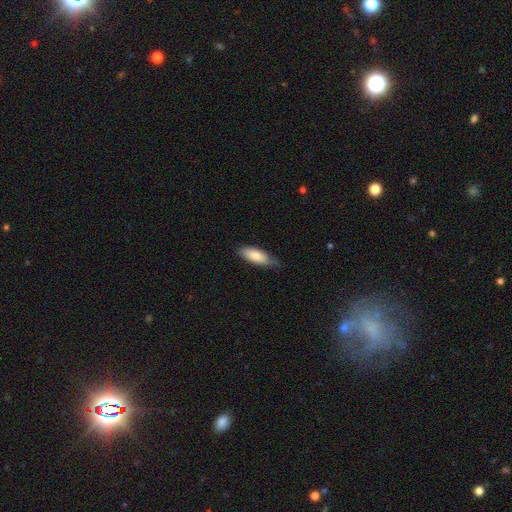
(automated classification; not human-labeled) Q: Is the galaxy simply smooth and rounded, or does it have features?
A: smooth — 82%.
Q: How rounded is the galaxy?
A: in between — 72%.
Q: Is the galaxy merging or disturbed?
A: none — 63%.